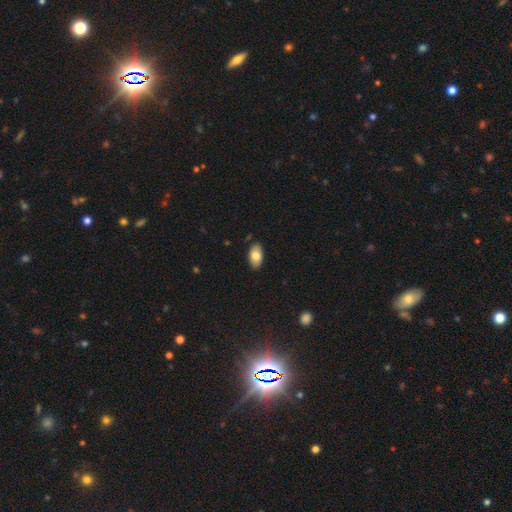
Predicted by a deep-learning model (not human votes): smooth_or_featured: smooth (p=0.80) [alt: featured or disk p=0.14]
how_rounded: in between (p=0.95) [alt: round p=0.03]
merging: none (p=0.86) [alt: minor disturbance p=0.11]